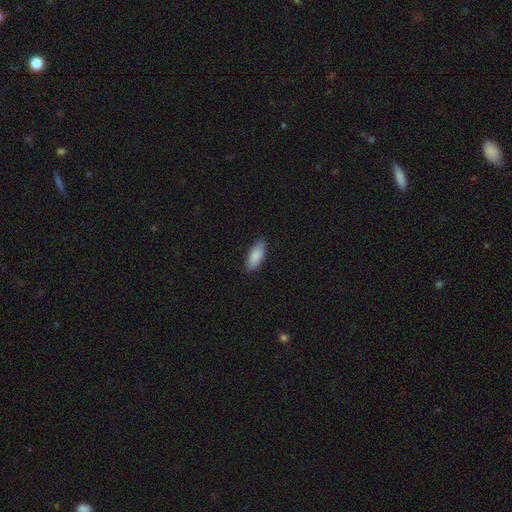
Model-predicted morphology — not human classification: smooth_or_featured: smooth (p=0.88) [alt: featured or disk p=0.06]
how_rounded: in between (p=0.82) [alt: cigar-shaped p=0.16]
merging: none (p=0.84) [alt: minor disturbance p=0.13]